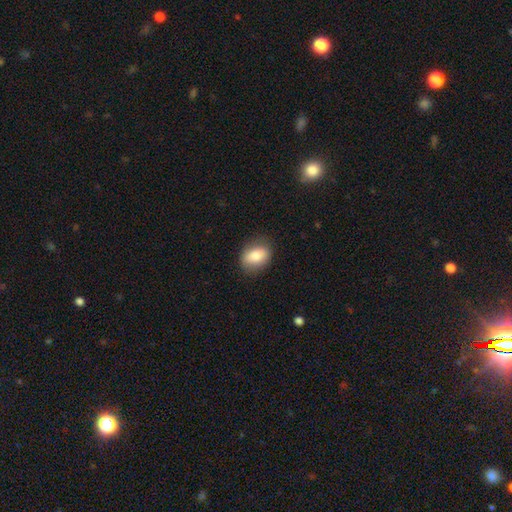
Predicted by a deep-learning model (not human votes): A smooth galaxy with no disk features (78%) that is in between round and cigar-shaped (75%).

Vote fractions:
- Smooth or featured? smooth: 78% / featured or disk: 14% / star or artifact: 8%
- How rounded? in between: 75% / round: 23% / cigar-shaped: 2%
- Merging? none: 82% / minor disturbance: 14% / major disturbance: 3% / merger: 1%